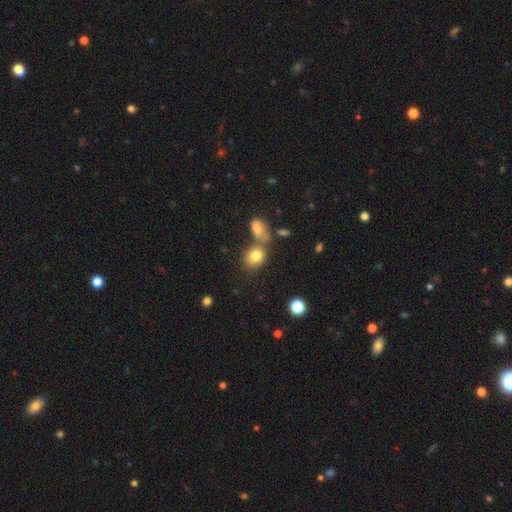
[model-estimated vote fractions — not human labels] Overall: smooth (80%). How rounded: round (56%; in between 43%). Merging: none (52%; merger 30%).